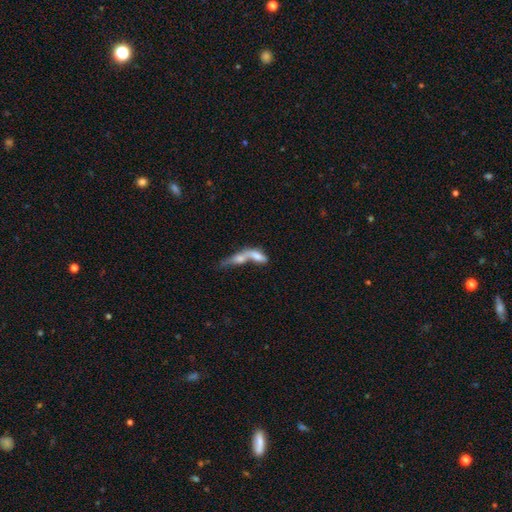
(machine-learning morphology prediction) A smooth galaxy with no disk features (61%) that is in between round and cigar-shaped (54%). Merging: merger (75%).